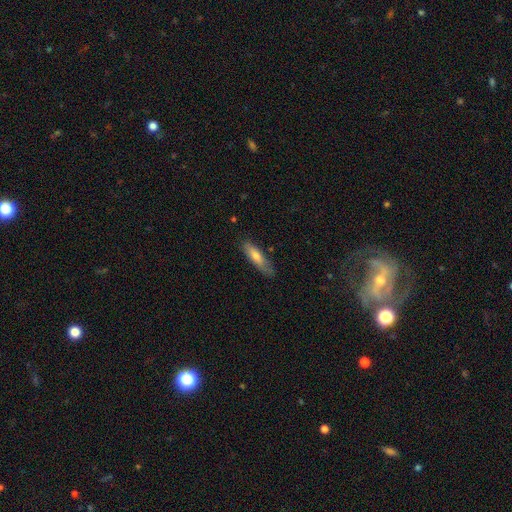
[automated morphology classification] Smooth or featured?
  - smooth: 64% *
  - featured or disk: 29%
  - star or artifact: 7%
How rounded?
  - cigar-shaped: 73% *
  - in between: 25%
  - round: 2%
Merging?
  - none: 78% *
  - minor disturbance: 17%
  - major disturbance: 3%
  - merger: 2%